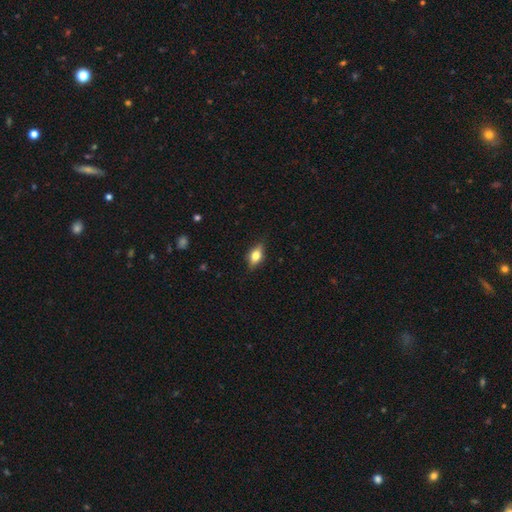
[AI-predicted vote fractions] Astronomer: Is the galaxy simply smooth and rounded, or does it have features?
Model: smooth — 65%.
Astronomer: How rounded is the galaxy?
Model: in between — 81%.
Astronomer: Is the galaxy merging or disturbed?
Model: none — 82%.